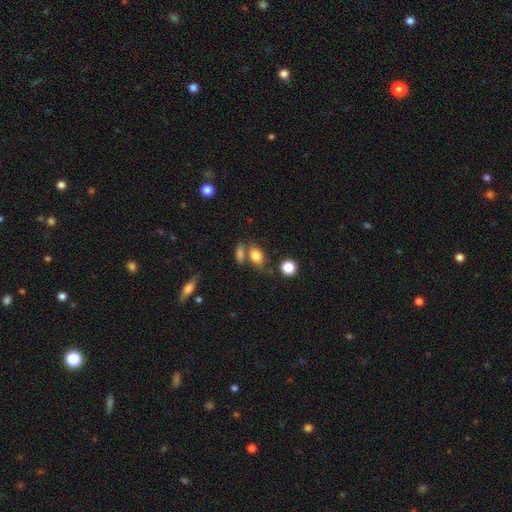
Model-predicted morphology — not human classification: Smooth or featured? smooth (81%)
How rounded? in between (75%)
Merging? none (56%)